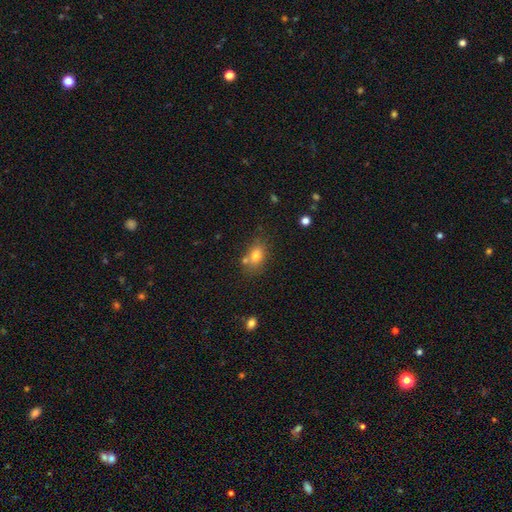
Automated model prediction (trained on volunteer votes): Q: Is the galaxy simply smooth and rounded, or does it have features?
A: smooth — 76%.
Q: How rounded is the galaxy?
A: in between — 71%.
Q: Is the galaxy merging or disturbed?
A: none — 63%.